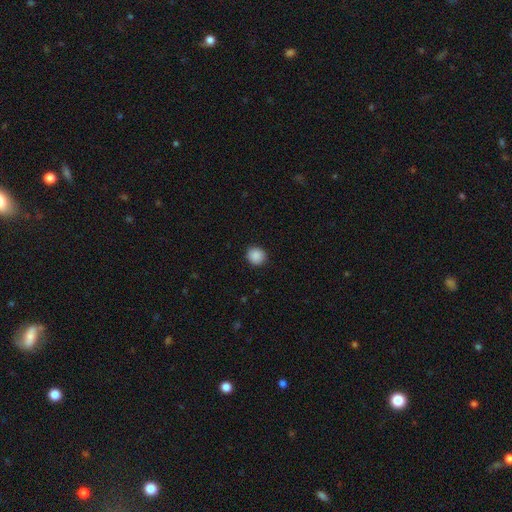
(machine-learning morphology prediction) Q: Smooth or featured?
A: smooth (89%); runner-up: star or artifact (9%)
Q: How rounded?
A: round (89%); runner-up: in between (10%)
Q: Merging?
A: none (90%); runner-up: minor disturbance (7%)